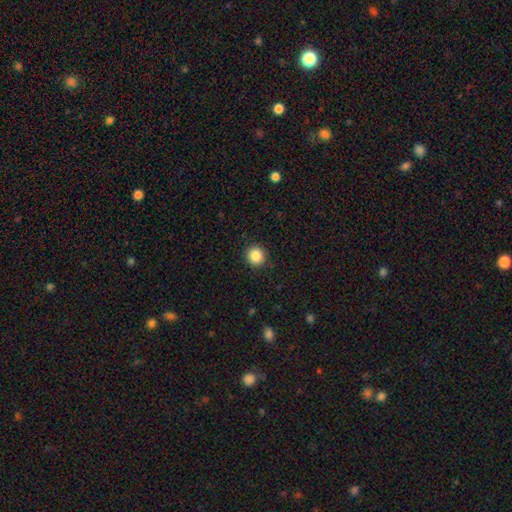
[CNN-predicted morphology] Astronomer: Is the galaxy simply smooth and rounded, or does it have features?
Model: smooth — 87%.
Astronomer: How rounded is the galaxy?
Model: round — 94%.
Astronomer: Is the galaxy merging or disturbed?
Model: none — 92%.